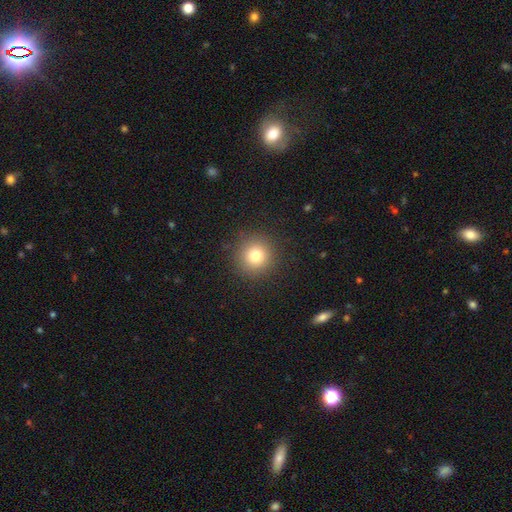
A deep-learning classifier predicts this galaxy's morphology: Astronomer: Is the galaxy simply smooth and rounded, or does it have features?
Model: smooth — 78%.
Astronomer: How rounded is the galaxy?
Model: round — 94%.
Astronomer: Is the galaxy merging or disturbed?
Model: none — 90%.